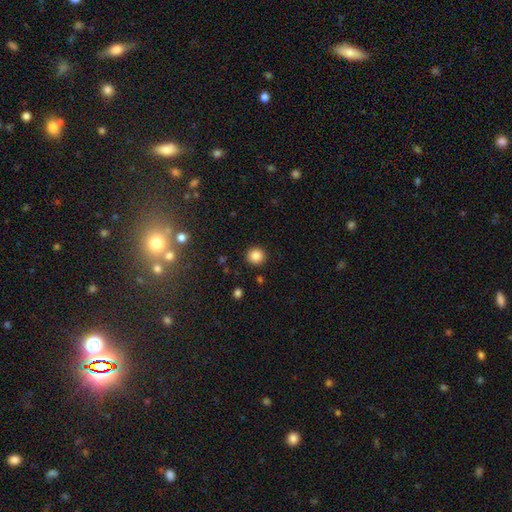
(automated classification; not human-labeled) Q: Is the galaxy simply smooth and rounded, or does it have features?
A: smooth — 85%.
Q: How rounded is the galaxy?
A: round — 93%.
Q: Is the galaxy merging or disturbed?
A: none — 92%.